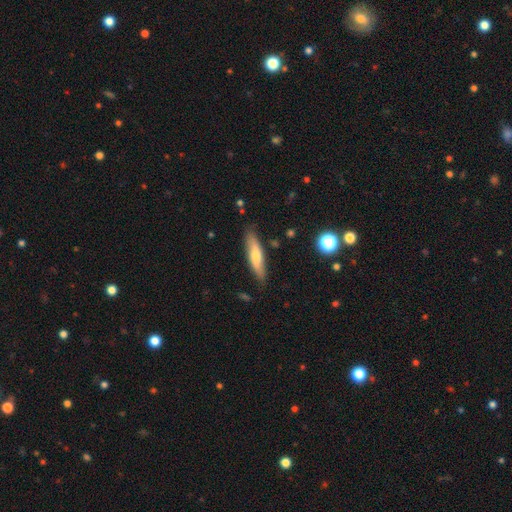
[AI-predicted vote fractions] Q: Smooth or featured?
A: smooth (55%); runner-up: featured or disk (38%)
Q: How rounded?
A: cigar-shaped (77%); runner-up: in between (22%)
Q: Merging?
A: none (85%); runner-up: minor disturbance (12%)